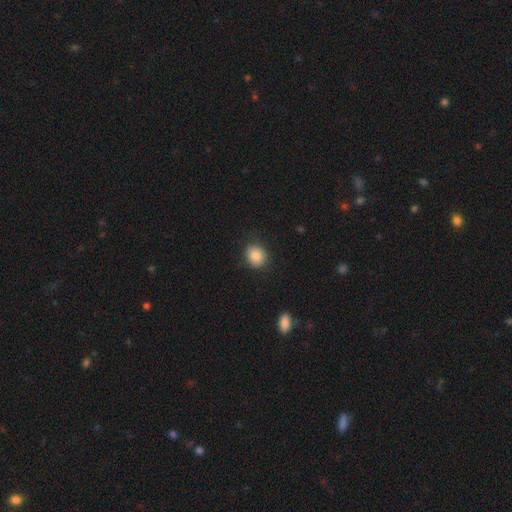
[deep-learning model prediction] Smooth or featured?
  - smooth: 85% *
  - star or artifact: 9%
  - featured or disk: 6%
How rounded?
  - round: 78% *
  - in between: 21%
  - cigar-shaped: 1%
Merging?
  - none: 85% *
  - minor disturbance: 11%
  - major disturbance: 3%
  - merger: 1%